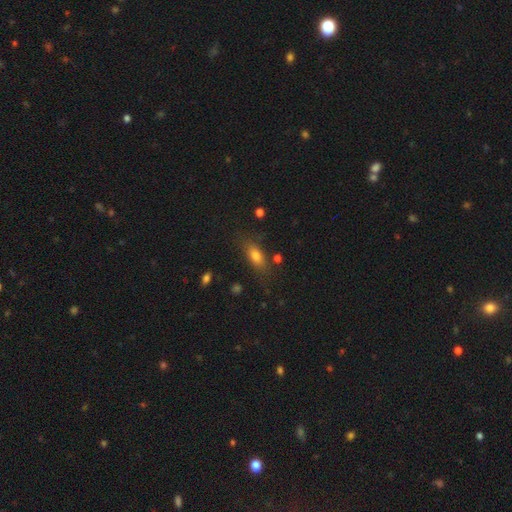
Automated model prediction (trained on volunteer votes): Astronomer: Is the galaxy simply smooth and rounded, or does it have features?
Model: smooth — 76%.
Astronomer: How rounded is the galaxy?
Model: in between — 74%.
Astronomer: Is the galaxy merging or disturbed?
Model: none — 74%.